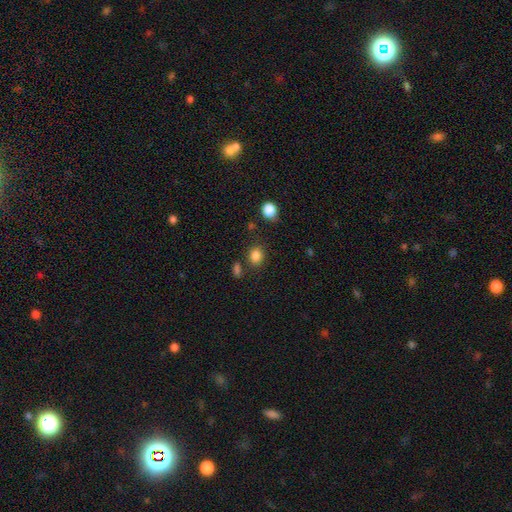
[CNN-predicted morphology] smooth 84%, star or artifact 12%, featured or disk 4%. Down the decision tree: how rounded — round (63%); merging — none (79%).